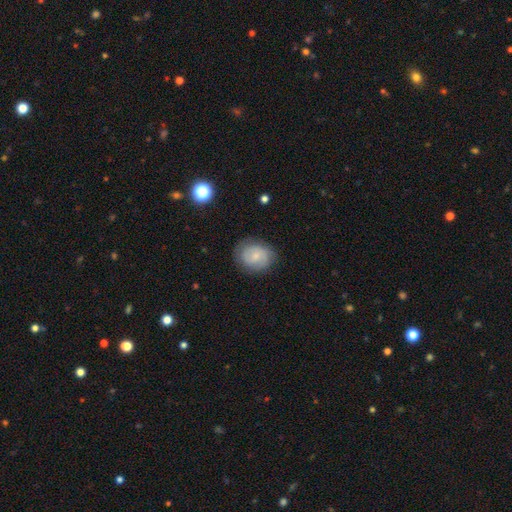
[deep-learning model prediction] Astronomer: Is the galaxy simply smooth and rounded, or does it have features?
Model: smooth — 57% (runner-up: featured or disk, 35%).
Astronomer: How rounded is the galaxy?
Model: round — 63%.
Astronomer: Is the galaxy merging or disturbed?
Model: none — 79%.